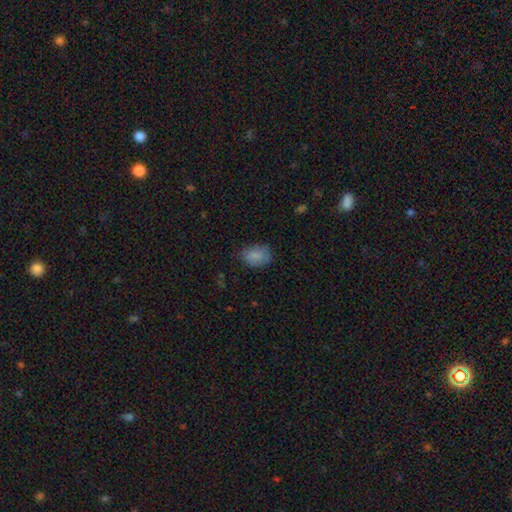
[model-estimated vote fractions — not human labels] Overall: smooth (81%). How rounded: in between (72%). Merging: none (69%).